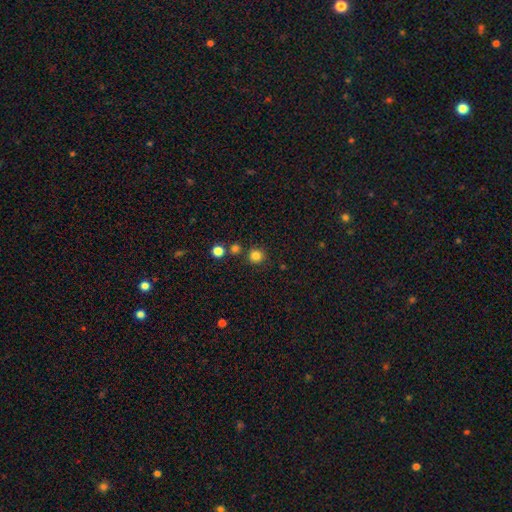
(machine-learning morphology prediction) A smooth galaxy with no disk features (82%) that is round (93%). Merging: none (82%).